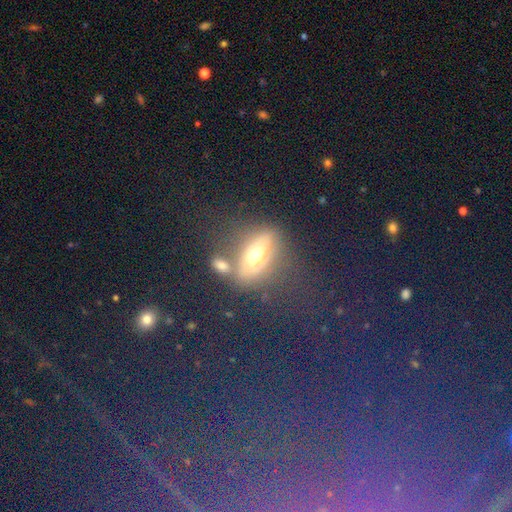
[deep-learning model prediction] A smooth galaxy with no disk features (51%) that is in between round and cigar-shaped (71%). Merging: none (62%).